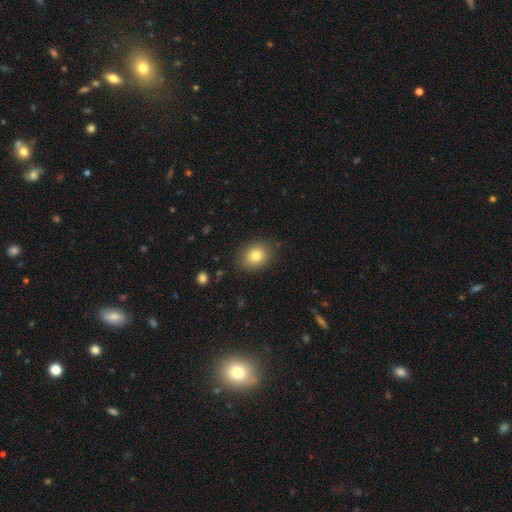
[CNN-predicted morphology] Smooth or featured? smooth (82%)
How rounded? in between (52%)
Merging? none (84%)